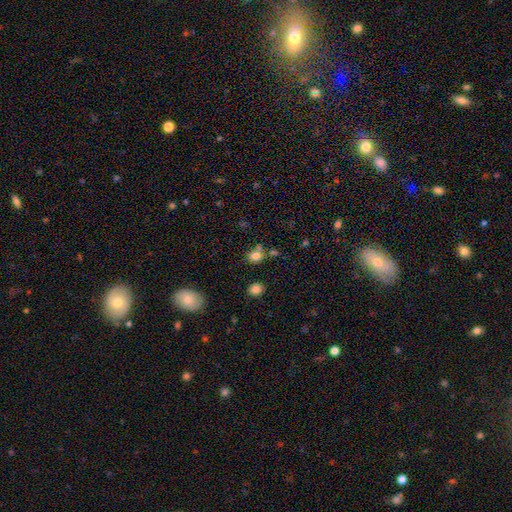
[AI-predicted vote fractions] This appears to be a smooth galaxy with no disk features (80%) that is round (66%). Merging: none (65%).